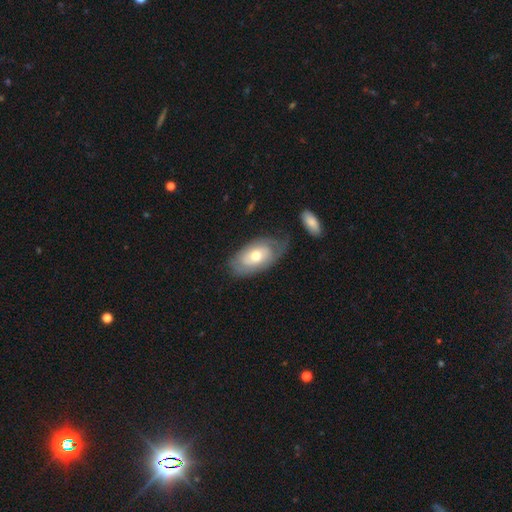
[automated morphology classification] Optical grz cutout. It shows a featured or disk galaxy (49%). Merging: none (63%).